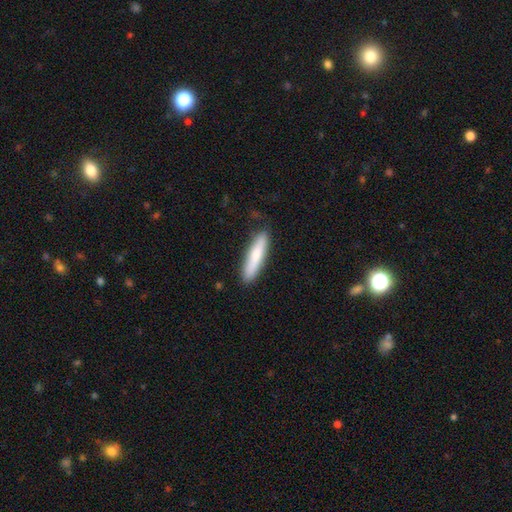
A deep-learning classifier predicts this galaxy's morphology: smooth 76%, featured or disk 18%, star or artifact 5%. Down the decision tree: how rounded — cigar-shaped (85%); merging — none (87%).